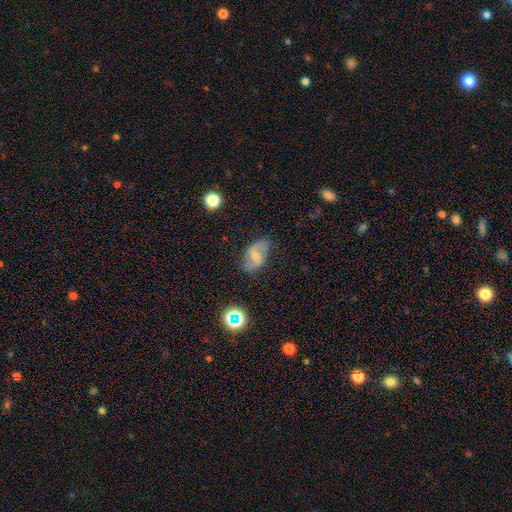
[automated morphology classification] featured or disk 56%, smooth 34%, star or artifact 10%. Down the decision tree: edge-on disk — no (95%); bar — weak (50%); spiral arms — yes (79%); bulge size — small (38%); merging — none (70%).